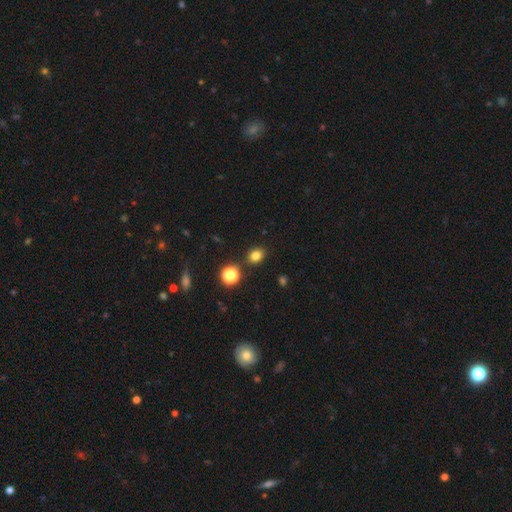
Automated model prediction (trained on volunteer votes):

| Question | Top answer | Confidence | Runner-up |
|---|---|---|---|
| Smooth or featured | smooth | 79% | star or artifact (15%) |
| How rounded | round | 54% | in between (45%) |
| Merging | none | 83% | minor disturbance (9%) |